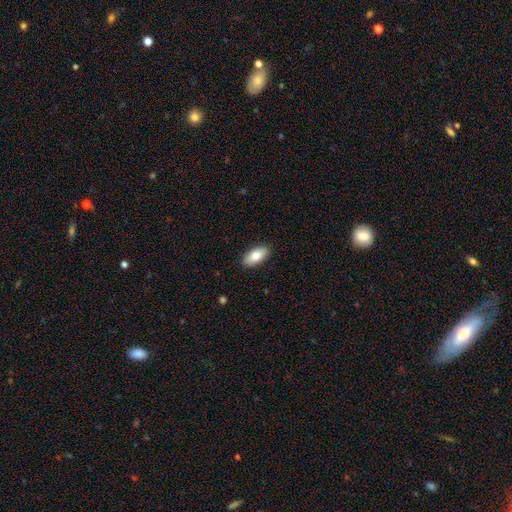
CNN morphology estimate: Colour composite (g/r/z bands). It shows a smooth galaxy with no disk features (80%) that is in between round and cigar-shaped (90%). Merging: none (90%).